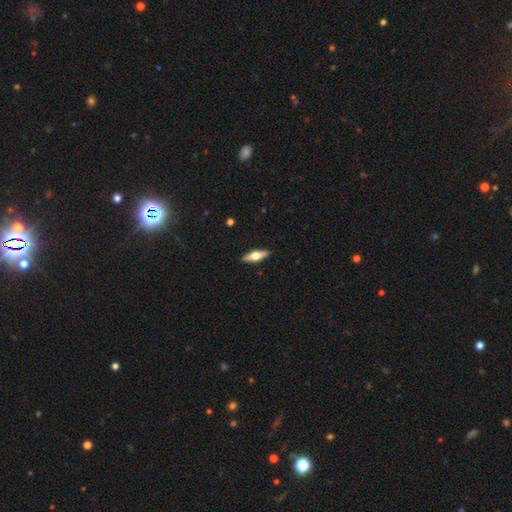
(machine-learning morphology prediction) Overall: smooth (48%; featured or disk 46%). Merging: none (90%).